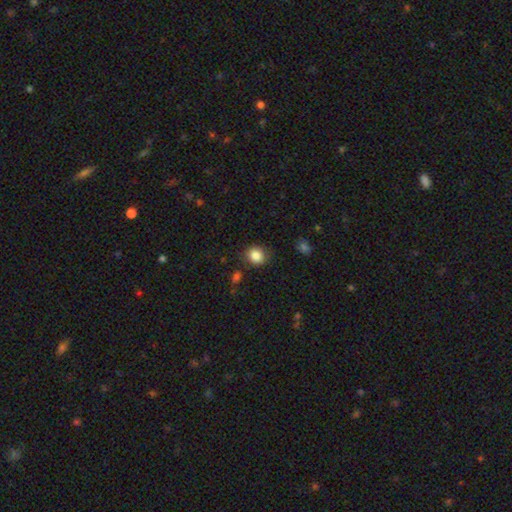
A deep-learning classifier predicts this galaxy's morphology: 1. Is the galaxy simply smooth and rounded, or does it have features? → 86% smooth, 10% star or artifact, 5% featured or disk.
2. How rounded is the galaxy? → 78% round, 21% in between, 1% cigar-shaped.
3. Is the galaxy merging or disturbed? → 85% none, 10% minor disturbance, 3% major disturbance, 2% merger.